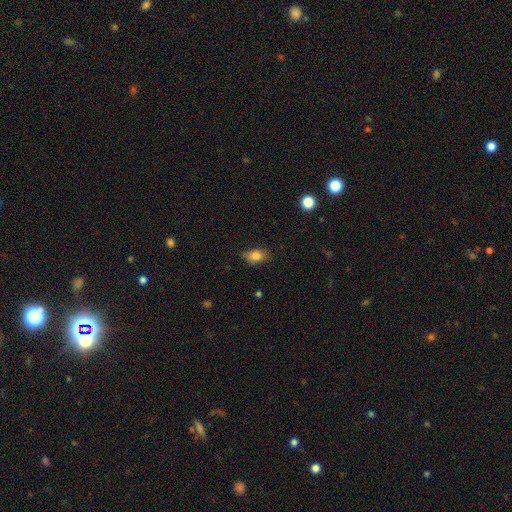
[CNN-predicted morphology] Smooth or featured: smooth — 79% (featured or disk — 12%)
How rounded: in between — 83% (round — 13%)
Merging: none — 70% (minor disturbance — 24%)